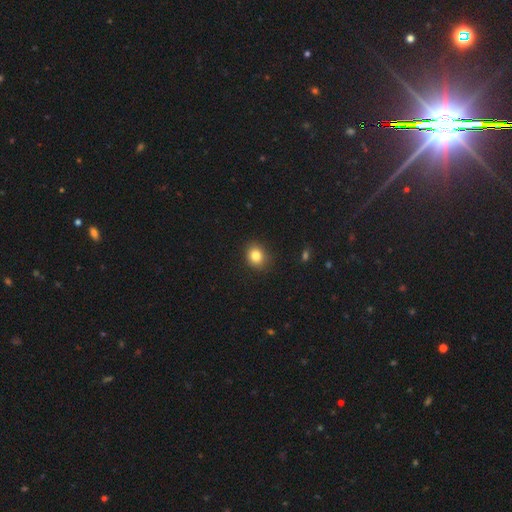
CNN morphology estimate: A smooth galaxy with no disk features (82%) that is round (63%). Merging: none (86%).